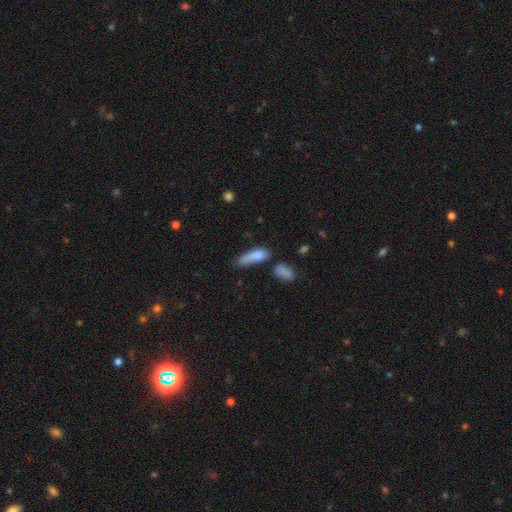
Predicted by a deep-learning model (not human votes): The model was most divided on "merging": none: 35%, minor disturbance: 29%, major disturbance: 18%, merger: 17%. More confident: smooth or featured — smooth (80%); how rounded — in between (54%).